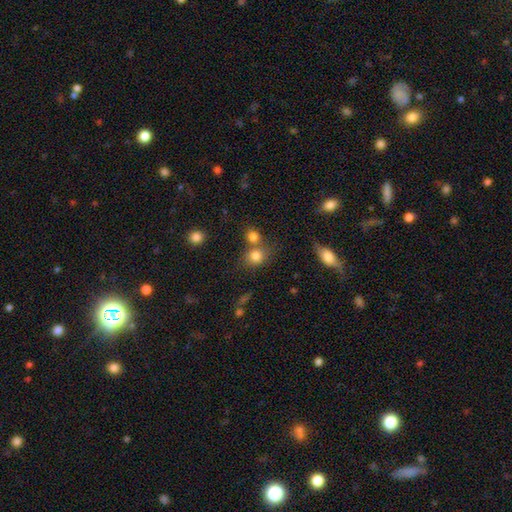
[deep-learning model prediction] A smooth galaxy with no disk features (80%) that is round (73%). Merging: none (52%).